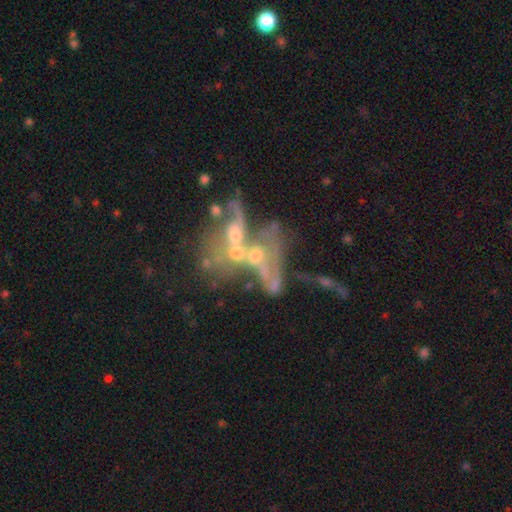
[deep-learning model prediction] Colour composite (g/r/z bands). It shows a featured or disk galaxy (58%) with no bar (80%), no spiral arms (67%) and a moderate central bulge (37%). Merging: merger (71%).